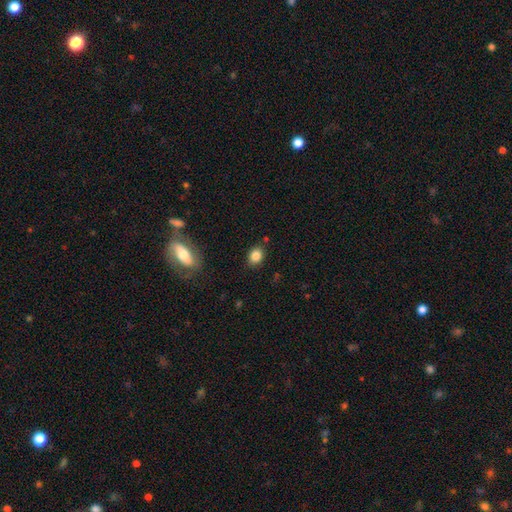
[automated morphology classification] Smooth or featured? smooth (84%)
How rounded? in between (61%)
Merging? none (84%)